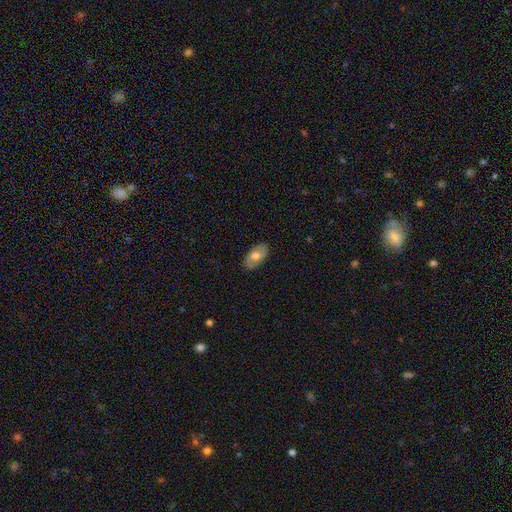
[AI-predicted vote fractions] Smooth or featured?
  - smooth: 58% *
  - featured or disk: 36%
  - star or artifact: 6%
How rounded?
  - in between: 93% *
  - round: 5%
  - cigar-shaped: 2%
Merging?
  - none: 85% *
  - minor disturbance: 11%
  - major disturbance: 2%
  - merger: 1%